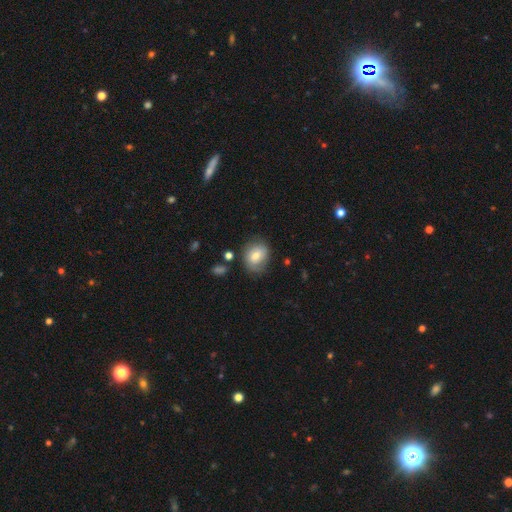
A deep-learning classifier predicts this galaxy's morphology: This is likely a smooth galaxy (69%). How rounded: possibly round (57%). Merging: likely none (73%).